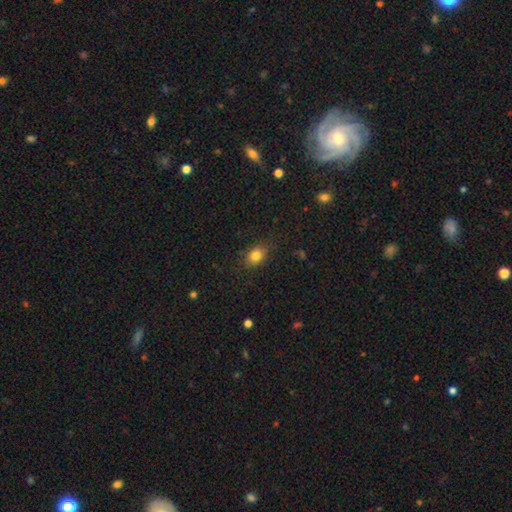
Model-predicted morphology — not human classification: smooth 83%, star or artifact 11%, featured or disk 7%. Down the decision tree: how rounded — in between (59%); merging — none (80%).